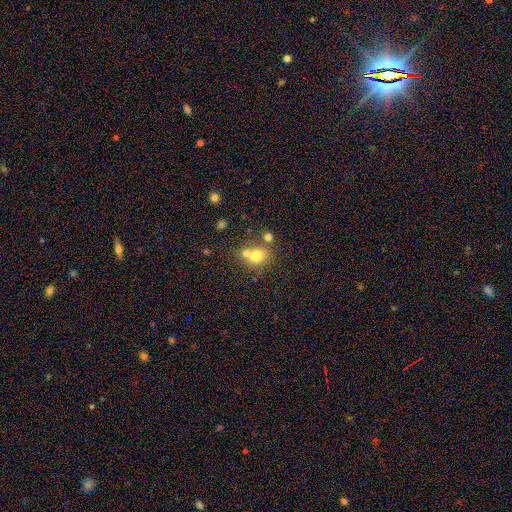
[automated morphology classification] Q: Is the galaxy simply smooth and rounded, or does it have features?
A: smooth — 71%.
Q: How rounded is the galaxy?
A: round — 71%.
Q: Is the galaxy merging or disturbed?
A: merger — 43%, tied with none.